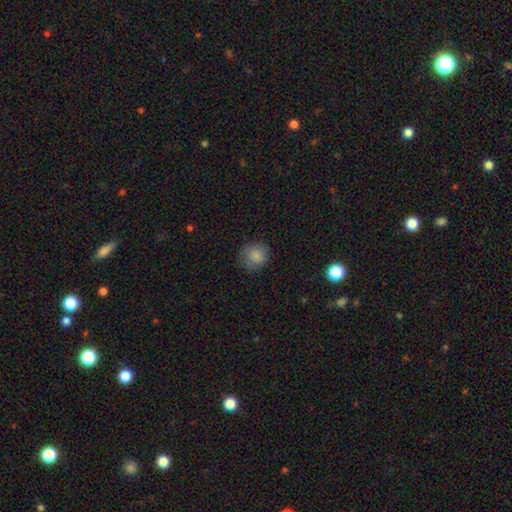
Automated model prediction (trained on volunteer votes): The model was most divided on "merging": none: 82%, minor disturbance: 13%, major disturbance: 4%, merger: 1%. More confident: how rounded — round (87%); smooth or featured — smooth (86%).